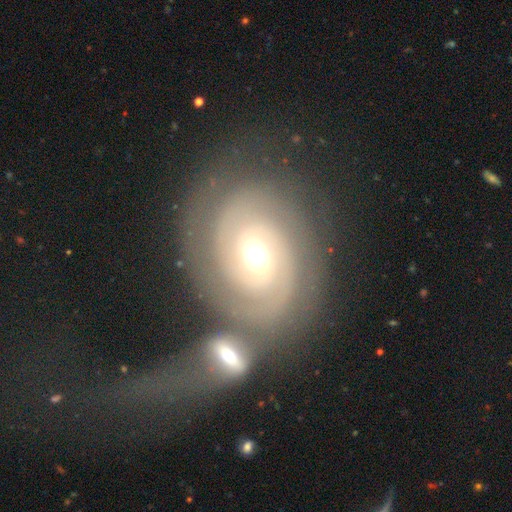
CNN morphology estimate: This appears to be a featured or disk galaxy (87%) with no bar (63%), 2 (68%) tight (73%) spiral arms (96%) and a moderate central bulge (63%). Merging: none (60%).